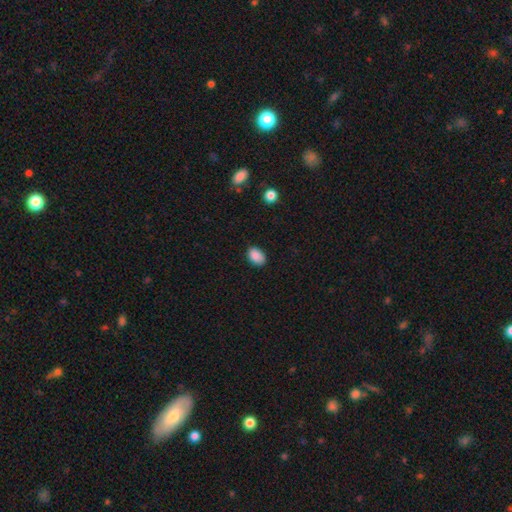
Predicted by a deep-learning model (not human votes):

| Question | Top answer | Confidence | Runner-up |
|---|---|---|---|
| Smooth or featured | smooth | 88% | star or artifact (8%) |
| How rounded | in between | 87% | round (12%) |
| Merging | none | 84% | minor disturbance (13%) |